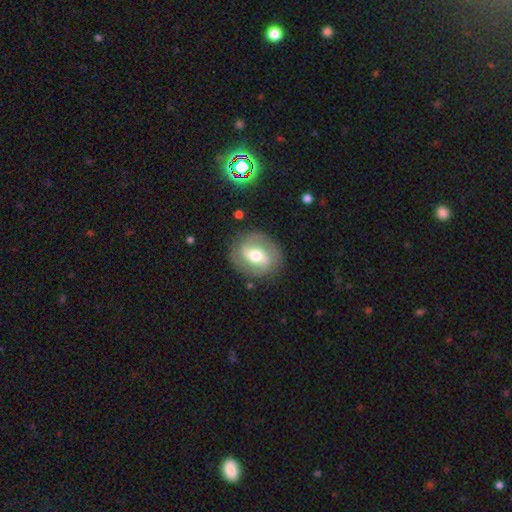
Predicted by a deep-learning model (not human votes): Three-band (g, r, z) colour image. It shows a featured or disk galaxy (66%) with a weak bar (40%), spiral arms (73%) and a moderate central bulge (71%). Merging: none (82%).